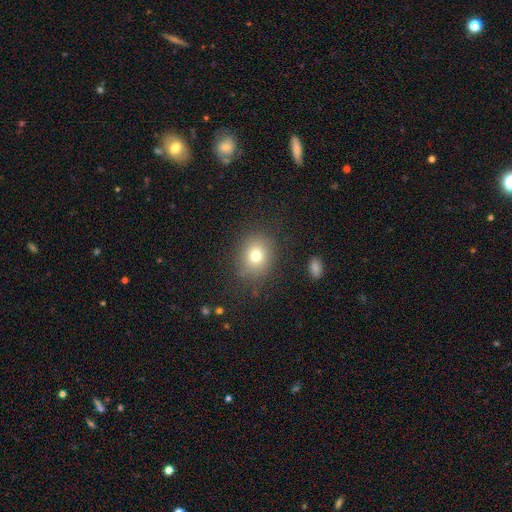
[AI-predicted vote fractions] Smooth or featured? smooth (75%)
How rounded? round (63%)
Merging? none (83%)